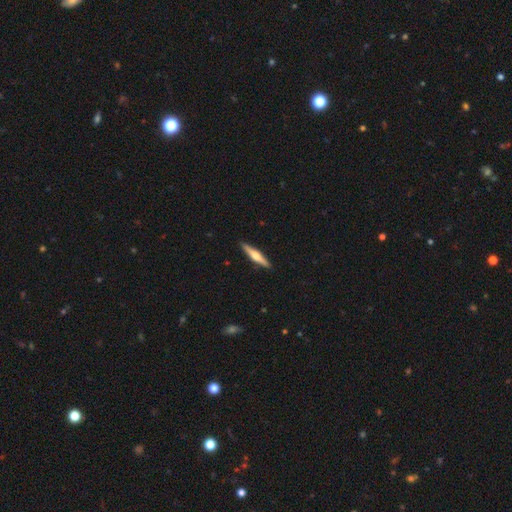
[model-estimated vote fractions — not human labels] featured or disk 59%, smooth 36%, star or artifact 5%. Down the decision tree: edge-on disk — yes (97%); edge-on bulge — rounded (90%); merging — none (91%).